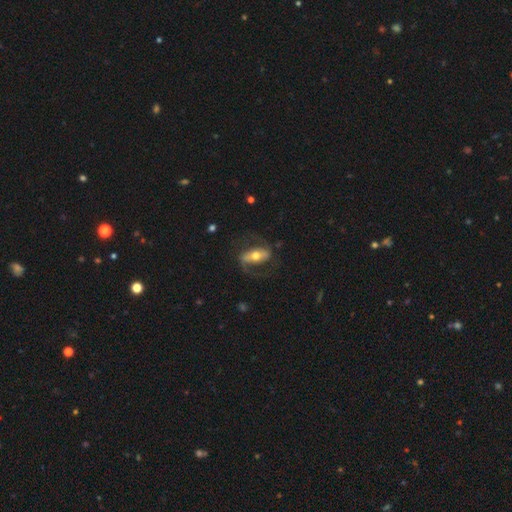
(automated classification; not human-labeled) The model was most divided on "spiral winding": medium: 46%, loose: 39%, tight: 15%. More confident: edge-on disk — no (93%); spiral arm count — 2 (89%); spiral arms — yes (87%); smooth or featured — featured or disk (77%); merging — none (71%); bulge size — moderate (69%); bar — strong (54%).